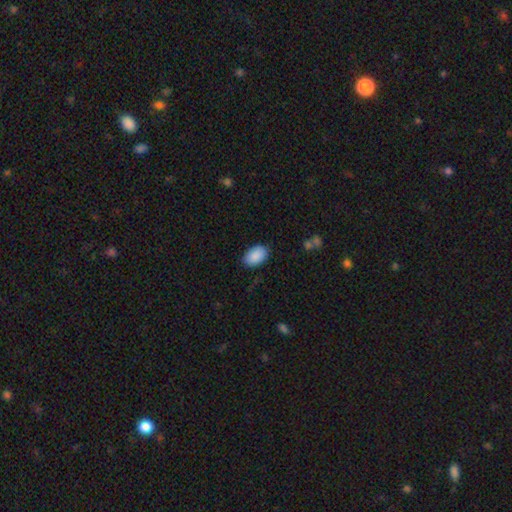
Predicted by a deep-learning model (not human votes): smooth_or_featured: smooth (p=0.90) [alt: star or artifact p=0.06]
how_rounded: in between (p=0.91) [alt: round p=0.08]
merging: none (p=0.85) [alt: minor disturbance p=0.11]